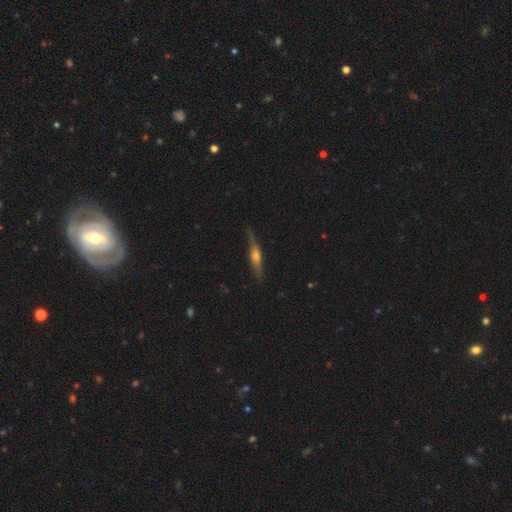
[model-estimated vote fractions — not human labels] The model was most divided on "smooth or featured": featured or disk: 66%, smooth: 27%, star or artifact: 7%. More confident: edge-on disk — yes (94%); edge-on bulge — rounded (83%); merging — none (81%).